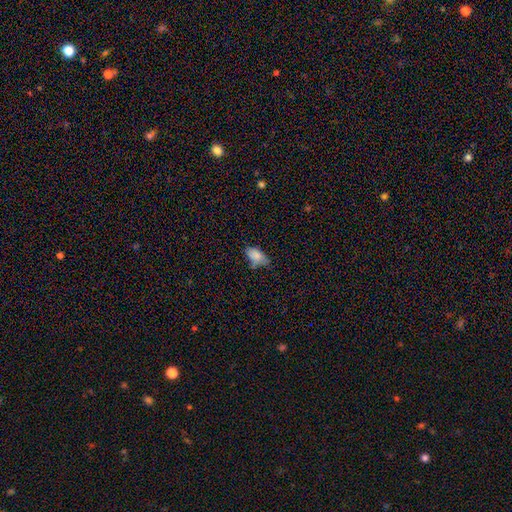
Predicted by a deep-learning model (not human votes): smooth-or-featured: smooth: 79% | featured or disk: 11% | star or artifact: 10%
  how-rounded: in between: 91% | cigar-shaped: 5% | round: 5%
  merging: none: 49% | minor disturbance: 34% | major disturbance: 10% | merger: 7%